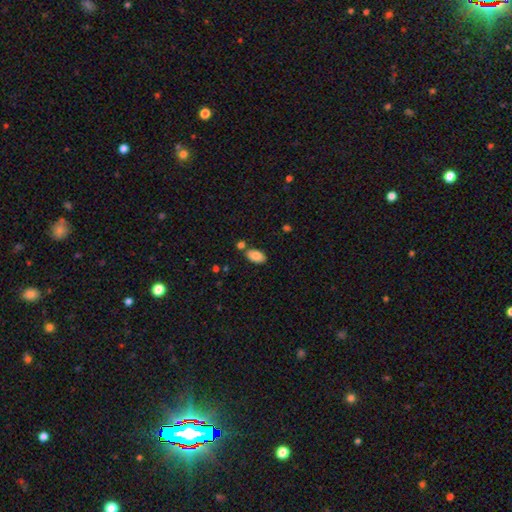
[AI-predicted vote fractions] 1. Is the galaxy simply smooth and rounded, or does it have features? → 84% smooth, 8% featured or disk, 7% star or artifact.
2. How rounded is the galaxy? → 94% in between, 3% round, 2% cigar-shaped.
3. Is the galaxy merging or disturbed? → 74% none, 12% merger, 11% minor disturbance, 3% major disturbance.